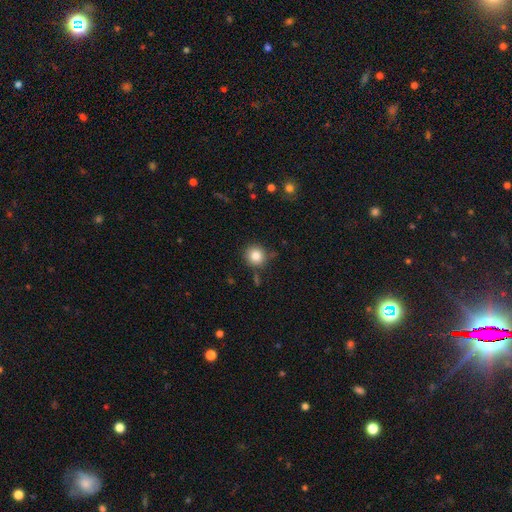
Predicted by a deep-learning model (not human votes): A smooth galaxy with no disk features (84%) that is round (92%).

Vote fractions:
- Smooth or featured? smooth: 84% / star or artifact: 10% / featured or disk: 6%
- How rounded? round: 92% / in between: 7% / cigar-shaped: 1%
- Merging? none: 81% / minor disturbance: 11% / merger: 4% / major disturbance: 3%